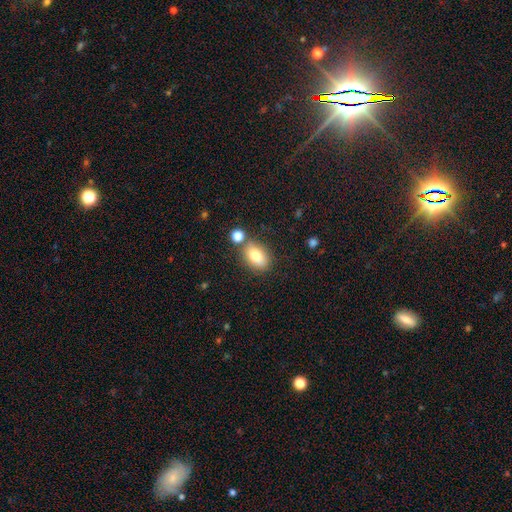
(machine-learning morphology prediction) A smooth galaxy with no disk features (77%) that is in between round and cigar-shaped (81%).

Vote fractions:
- Smooth or featured? smooth: 77% / featured or disk: 14% / star or artifact: 9%
- How rounded? in between: 81% / round: 16% / cigar-shaped: 3%
- Merging? none: 72% / minor disturbance: 13% / merger: 11% / major disturbance: 4%